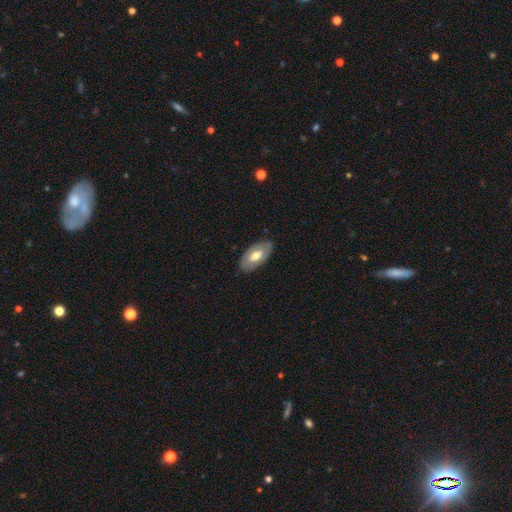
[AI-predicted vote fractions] Smooth or featured: smooth — 52% (featured or disk — 43%)
How rounded: in between — 93% (cigar-shaped — 4%)
Merging: none — 82% (minor disturbance — 14%)